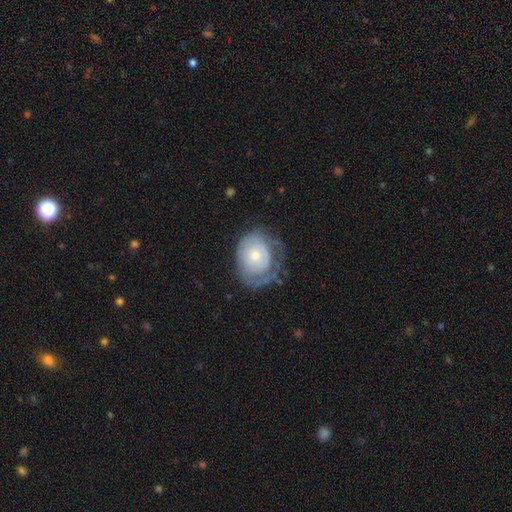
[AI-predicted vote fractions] Smooth or featured? Predicted: featured or disk (p=0.62). Edge-on disk? Predicted: no (p=0.97). Bar? Predicted: no (p=0.82). Spiral arms? Predicted: yes (p=0.69). Bulge size? Predicted: moderate (p=0.55). Merging? Predicted: none (p=0.47).